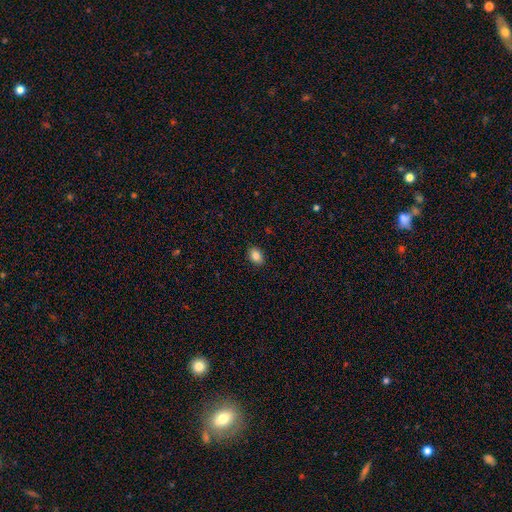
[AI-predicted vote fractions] Overall: smooth (86%). How rounded: in between (74%). Merging: none (89%).